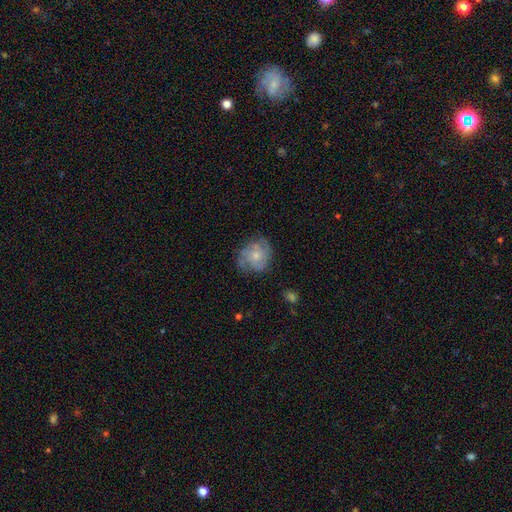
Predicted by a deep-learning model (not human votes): A featured or disk galaxy (58%) with no bar (81%), spiral arms (81%) and a small central bulge (50%). Merging: none (63%).